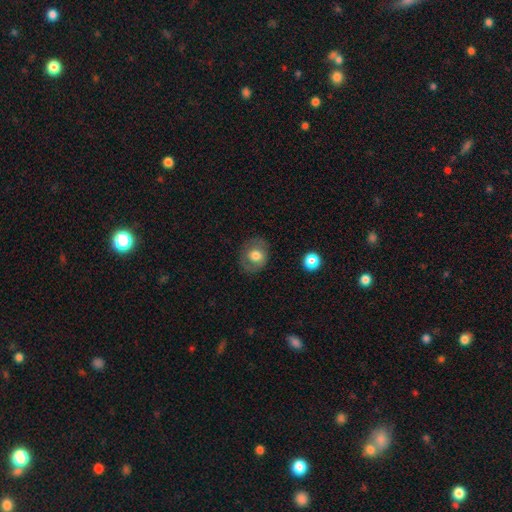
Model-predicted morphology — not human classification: Overall: smooth (66%). How rounded: round (62%; in between 37%). Merging: none (79%).